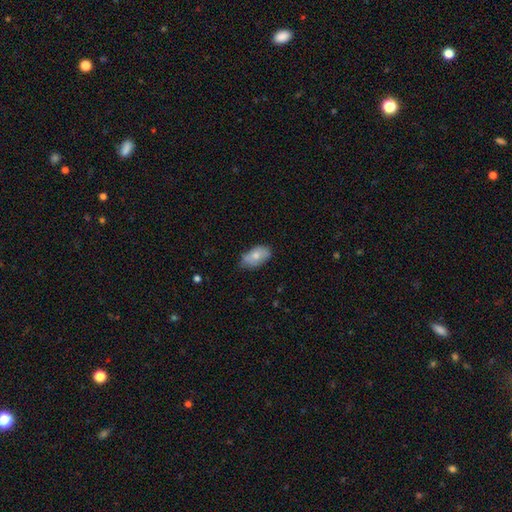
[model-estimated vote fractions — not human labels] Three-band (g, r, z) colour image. It shows a smooth galaxy with no disk features (74%) that is in between round and cigar-shaped (93%). Merging: none (59%).